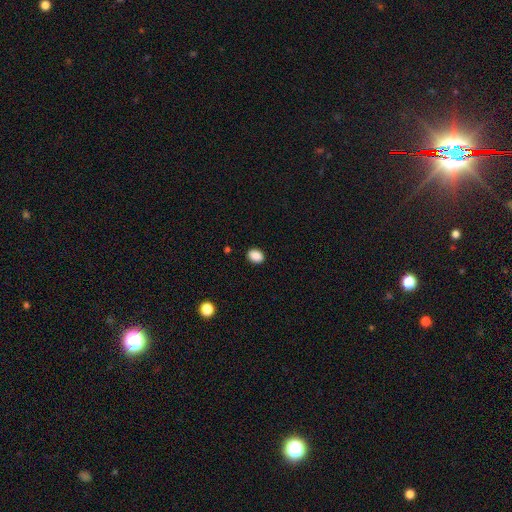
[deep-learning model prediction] Smooth or featured? Predicted: smooth (p=0.89). How rounded? Predicted: in between (p=0.71). Merging? Predicted: none (p=0.90).